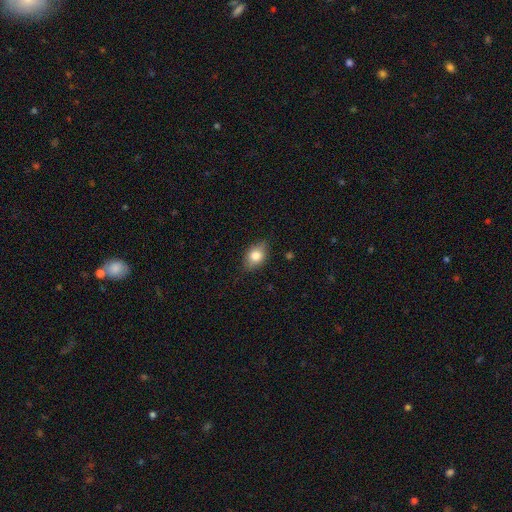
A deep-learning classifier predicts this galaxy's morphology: smooth_or_featured: smooth (p=0.79) [alt: featured or disk p=0.14]
how_rounded: in between (p=0.78) [alt: round p=0.20]
merging: none (p=0.80) [alt: minor disturbance p=0.16]